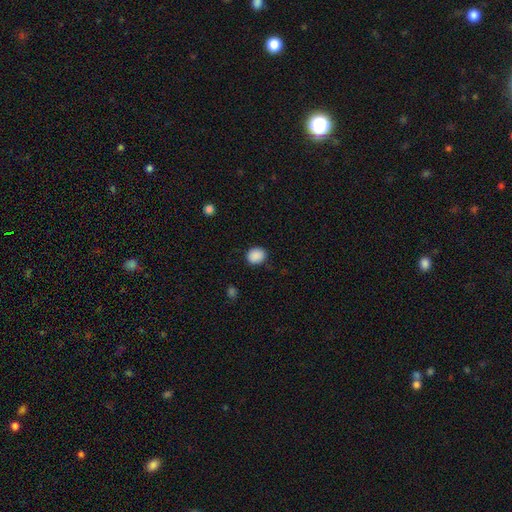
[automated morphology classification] Q: Smooth or featured?
A: smooth (89%); runner-up: star or artifact (8%)
Q: How rounded?
A: round (60%); runner-up: in between (39%)
Q: Merging?
A: none (87%); runner-up: minor disturbance (9%)